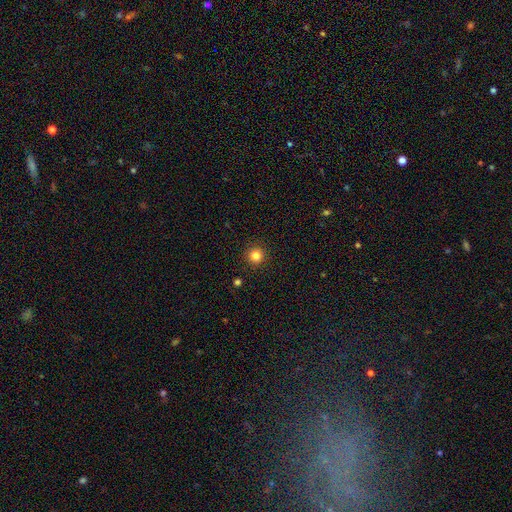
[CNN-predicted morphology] Smooth or featured? smooth (83%)
How rounded? round (95%)
Merging? none (92%)